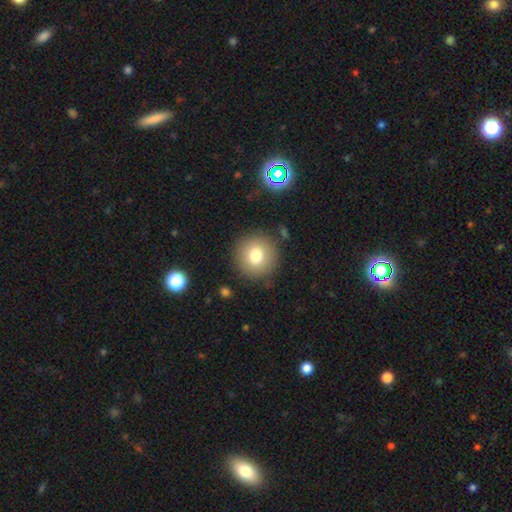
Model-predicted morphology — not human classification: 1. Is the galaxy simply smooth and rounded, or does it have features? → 76% smooth, 12% featured or disk, 11% star or artifact.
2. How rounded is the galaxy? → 94% round, 5% in between, 1% cigar-shaped.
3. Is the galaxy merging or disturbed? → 87% none, 8% minor disturbance, 3% major disturbance, 2% merger.